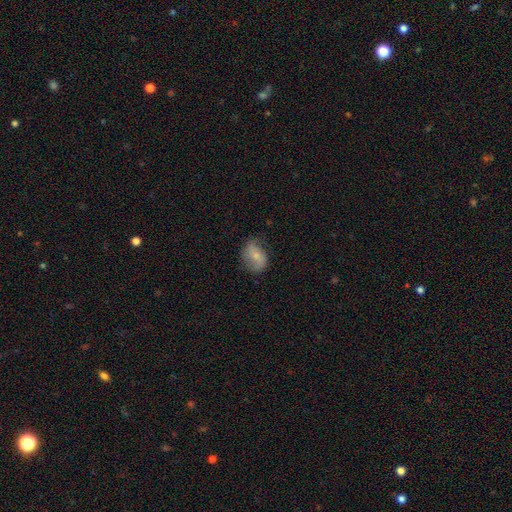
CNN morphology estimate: A smooth galaxy with no disk features (61%) that is in between round and cigar-shaped (74%).

Vote fractions:
- Smooth or featured? smooth: 61% / featured or disk: 31% / star or artifact: 8%
- How rounded? in between: 74% / round: 25% / cigar-shaped: 2%
- Merging? none: 64% / minor disturbance: 25% / major disturbance: 9% / merger: 1%